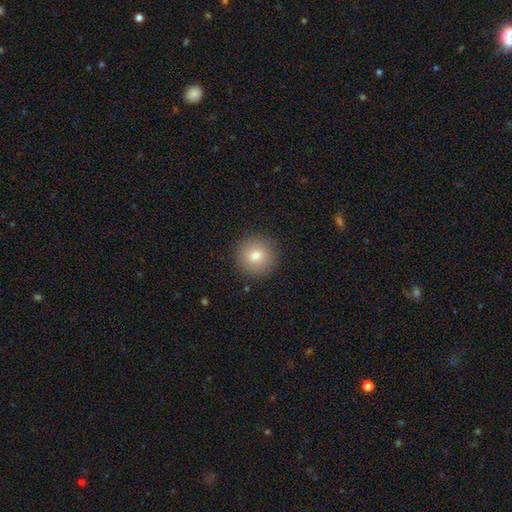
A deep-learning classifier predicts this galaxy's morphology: Smooth or featured? Predicted: smooth (p=0.77). How rounded? Predicted: round (p=0.95). Merging? Predicted: none (p=0.91).